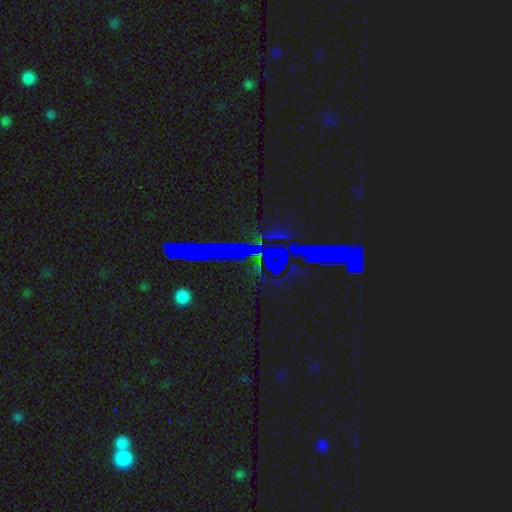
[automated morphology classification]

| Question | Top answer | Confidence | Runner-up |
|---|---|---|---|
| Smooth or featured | star or artifact | 65% | featured or disk (21%) |